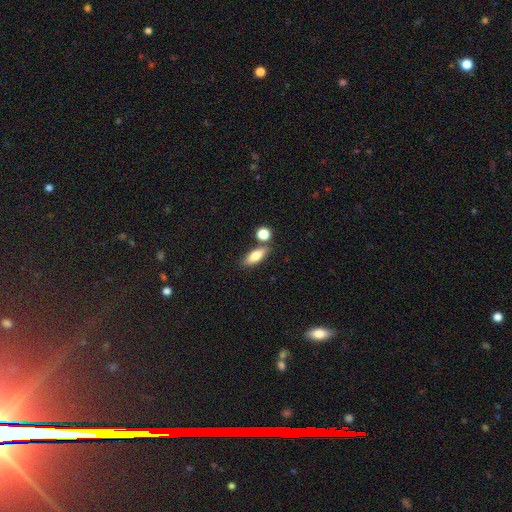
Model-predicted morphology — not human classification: A smooth galaxy with no disk features (74%) that is in between round and cigar-shaped (67%). Merging: none (71%).